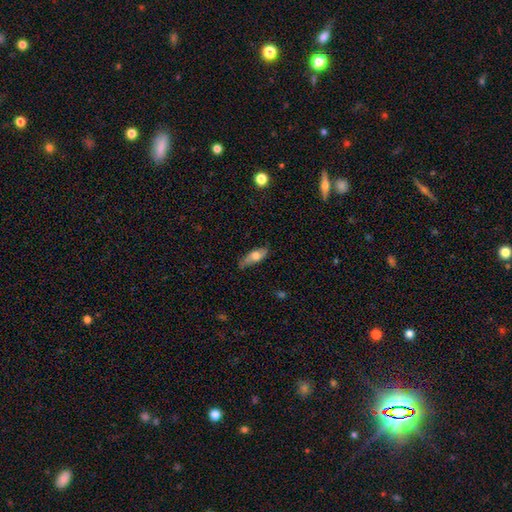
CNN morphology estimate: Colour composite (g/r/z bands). It shows a smooth galaxy with no disk features (65%) that is in between round and cigar-shaped (64%). Merging: none (70%).